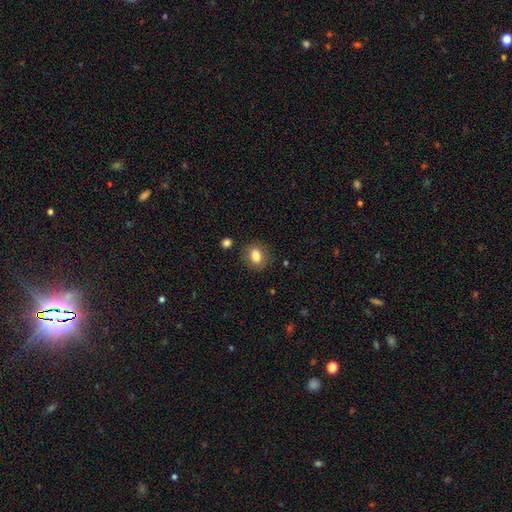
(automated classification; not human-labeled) This is clearly a smooth galaxy (82%). How rounded: possibly in between (52%). Merging: clearly none (84%).